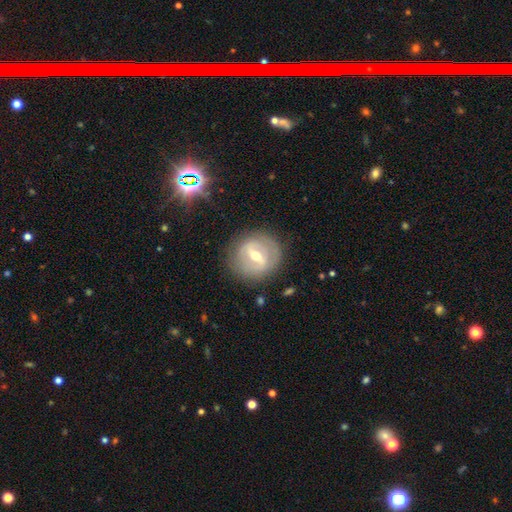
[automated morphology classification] Q: Smooth or featured?
A: featured or disk (72%); runner-up: smooth (22%)
Q: Edge-on disk?
A: no (92%); runner-up: yes (8%)
Q: Bar?
A: strong (54%); runner-up: weak (37%)
Q: Spiral arms?
A: yes (51%); runner-up: no (49%)
Q: Bulge size?
A: moderate (66%); runner-up: small (29%)
Q: Merging?
A: none (83%); runner-up: minor disturbance (11%)